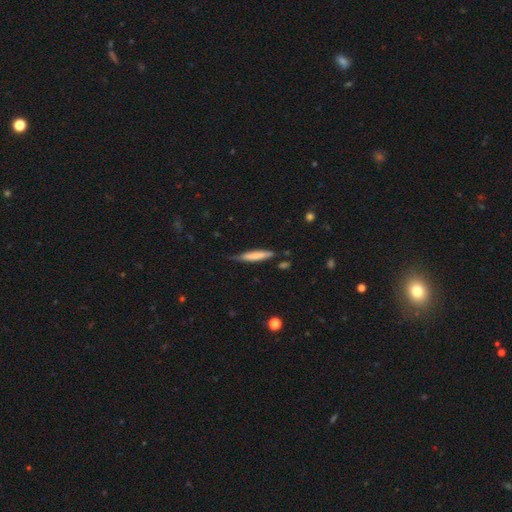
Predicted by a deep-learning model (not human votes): smooth_or_featured: smooth (p=0.71) [alt: featured or disk p=0.23]
how_rounded: cigar-shaped (p=0.88) [alt: in between p=0.11]
merging: none (p=0.63) [alt: minor disturbance p=0.29]